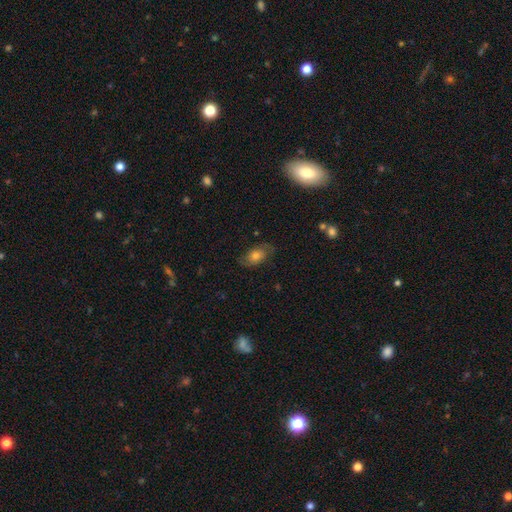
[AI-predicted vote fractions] The model was most divided on "smooth or featured": smooth: 57%, featured or disk: 33%, star or artifact: 10%. More confident: how rounded — in between (85%); merging — none (73%).